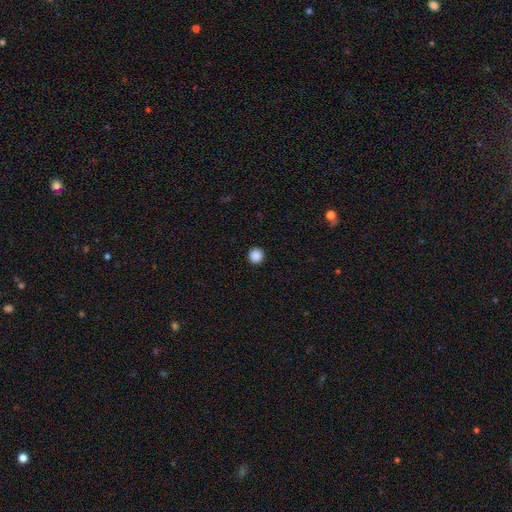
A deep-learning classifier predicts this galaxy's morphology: smooth_or_featured: smooth (p=0.88) [alt: star or artifact p=0.10]
how_rounded: round (p=0.95) [alt: in between p=0.04]
merging: none (p=0.94) [alt: minor disturbance p=0.04]